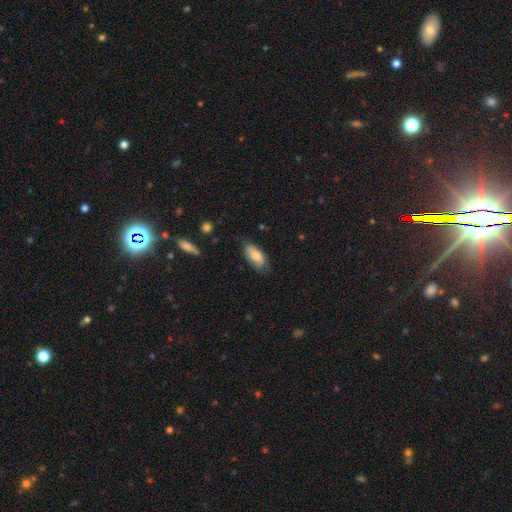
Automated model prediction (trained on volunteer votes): This is likely a smooth galaxy (73%). How rounded: clearly in between (90%). Merging: likely none (66%).